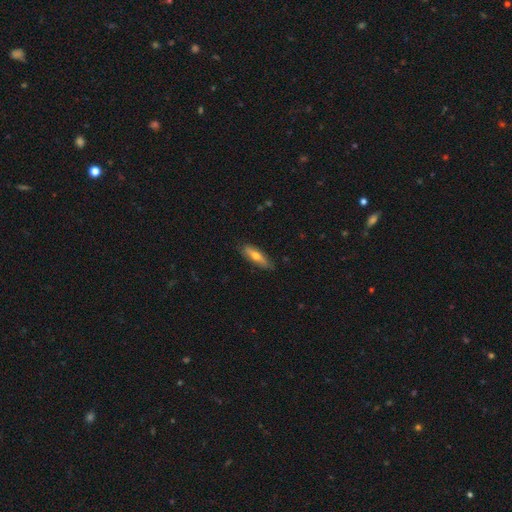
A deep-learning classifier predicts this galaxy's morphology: This appears to be a smooth galaxy with no disk features (52%) that is cigar-shaped (63%). Merging: none (80%).